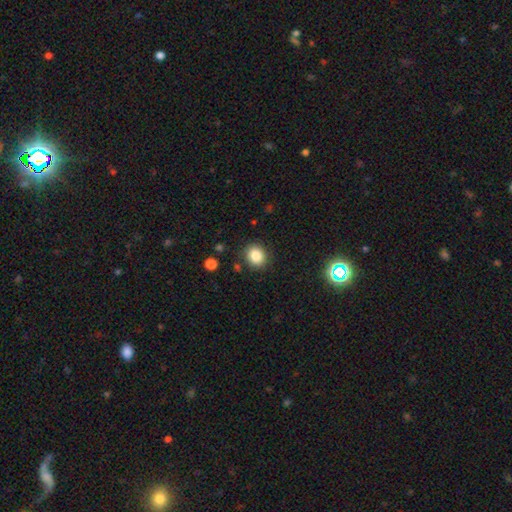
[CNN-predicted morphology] type=smooth (85%); roundness=round (72%); merging=none (86%).